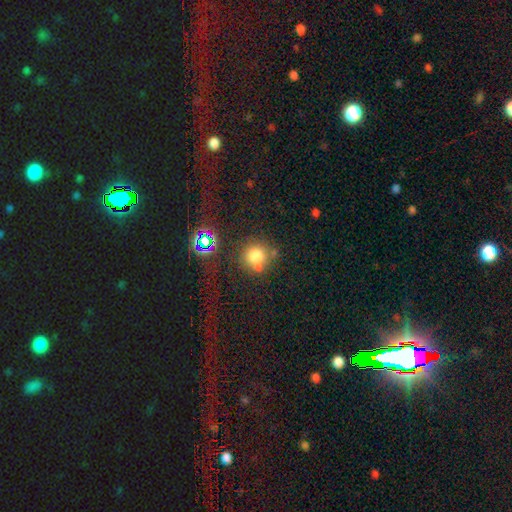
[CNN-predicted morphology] Smooth or featured? Predicted: smooth (p=0.72). How rounded? Predicted: round (p=0.89). Merging? Predicted: none (p=0.62).